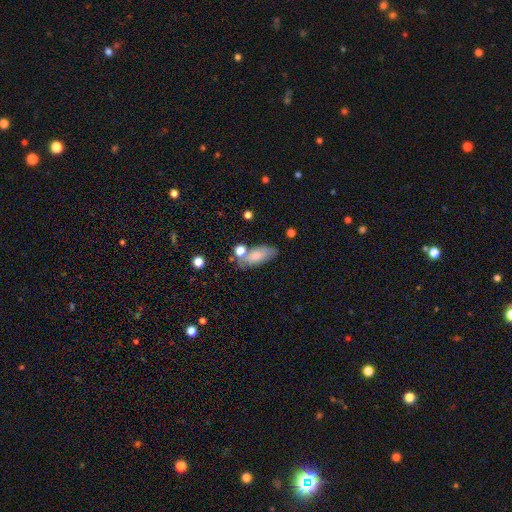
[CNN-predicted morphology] smooth 75%, featured or disk 17%, star or artifact 8%. Down the decision tree: how rounded — in between (83%); merging — none (61%).